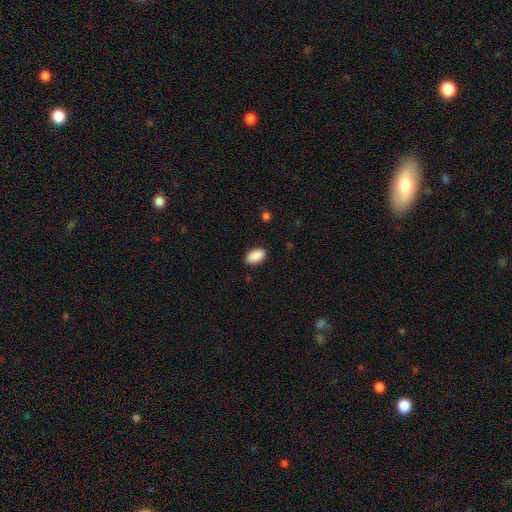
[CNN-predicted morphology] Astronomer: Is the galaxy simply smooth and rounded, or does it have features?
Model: smooth — 90%.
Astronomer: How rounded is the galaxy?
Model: in between — 93%.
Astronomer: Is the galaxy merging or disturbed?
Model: none — 87%.